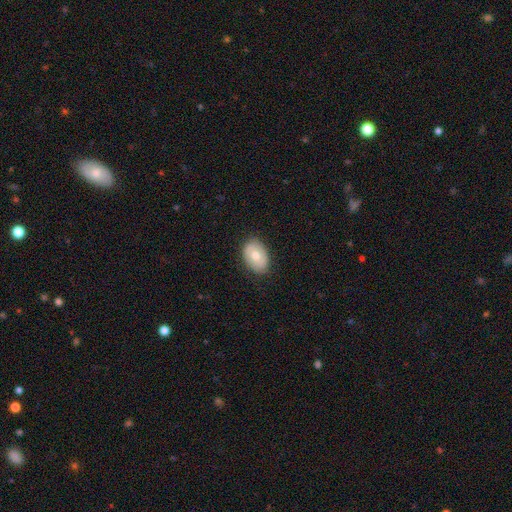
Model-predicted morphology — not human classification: A smooth galaxy with no disk features (62%) that is in between round and cigar-shaped (81%).

Vote fractions:
- Smooth or featured? smooth: 62% / featured or disk: 32% / star or artifact: 7%
- How rounded? in between: 81% / round: 17% / cigar-shaped: 1%
- Merging? none: 82% / minor disturbance: 14% / major disturbance: 3% / merger: 1%